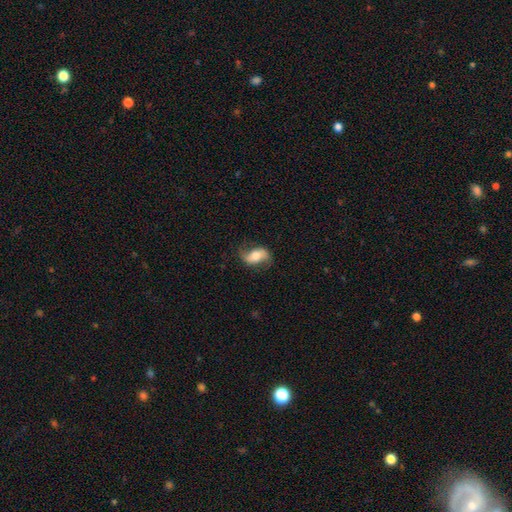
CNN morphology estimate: Smooth or featured? Predicted: featured or disk (p=0.55). Edge-on disk? Predicted: no (p=0.92). Bar? Predicted: no (p=0.43). Spiral arms? Predicted: yes (p=0.85). Bulge size? Predicted: moderate (p=0.56). Merging? Predicted: none (p=0.73).